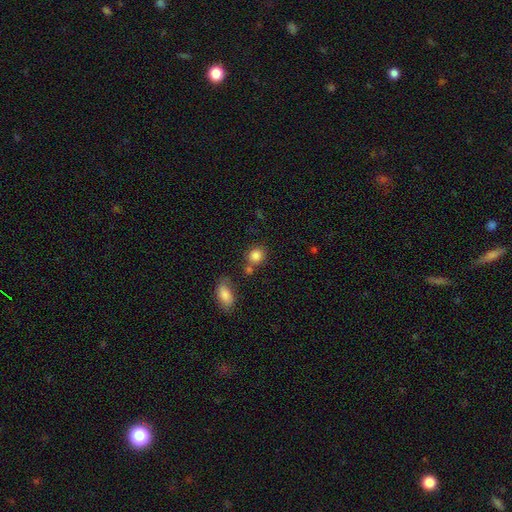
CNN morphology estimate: smooth-or-featured: smooth: 85% | star or artifact: 9% | featured or disk: 6%
  how-rounded: round: 77% | in between: 22% | cigar-shaped: 1%
  merging: none: 66% | merger: 17% | minor disturbance: 13% | major disturbance: 4%